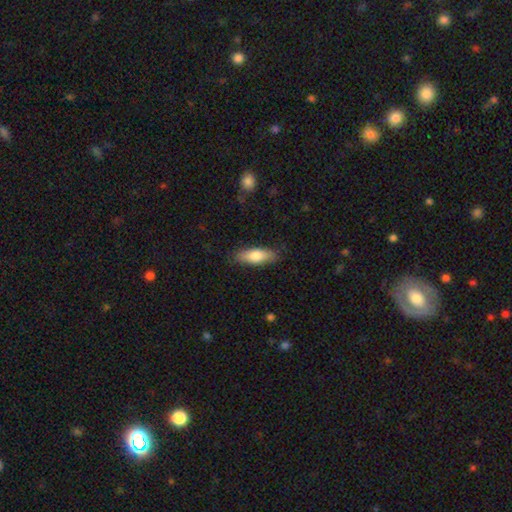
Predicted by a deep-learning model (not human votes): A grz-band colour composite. It shows a smooth galaxy with no disk features (76%) that is in between round and cigar-shaped (60%). Merging: none (85%).